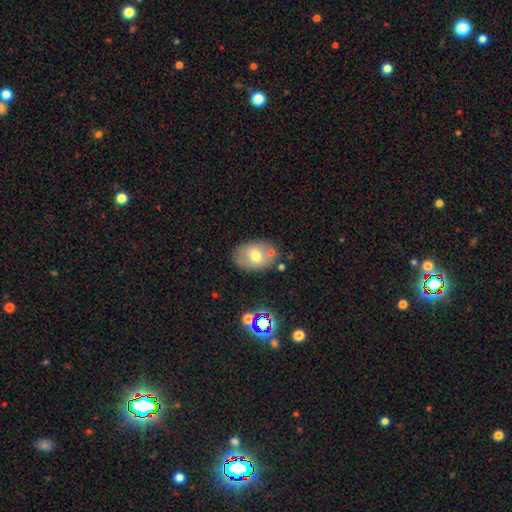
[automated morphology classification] Smooth or featured? smooth (65%)
How rounded? in between (79%)
Merging? none (73%)